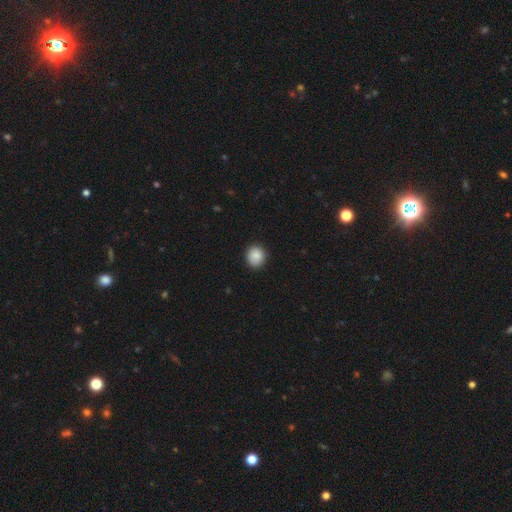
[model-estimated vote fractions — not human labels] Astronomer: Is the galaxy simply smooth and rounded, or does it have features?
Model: smooth — 88%.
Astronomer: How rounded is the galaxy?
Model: round — 79%.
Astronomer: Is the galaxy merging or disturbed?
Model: none — 89%.